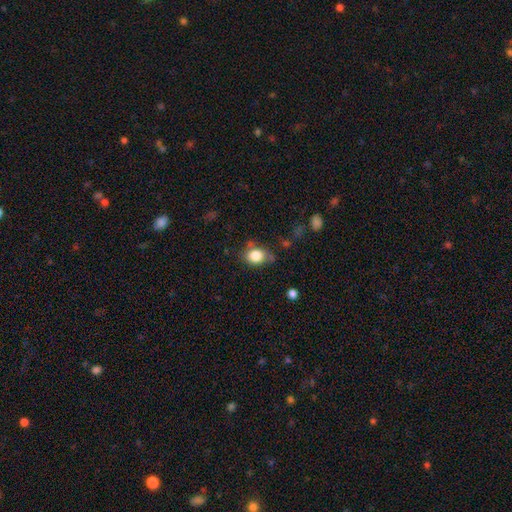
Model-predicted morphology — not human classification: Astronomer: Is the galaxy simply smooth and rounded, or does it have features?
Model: smooth — 83%.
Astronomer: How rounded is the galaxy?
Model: in between — 53% (runner-up: round, 46%).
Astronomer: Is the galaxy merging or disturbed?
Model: none — 63%.